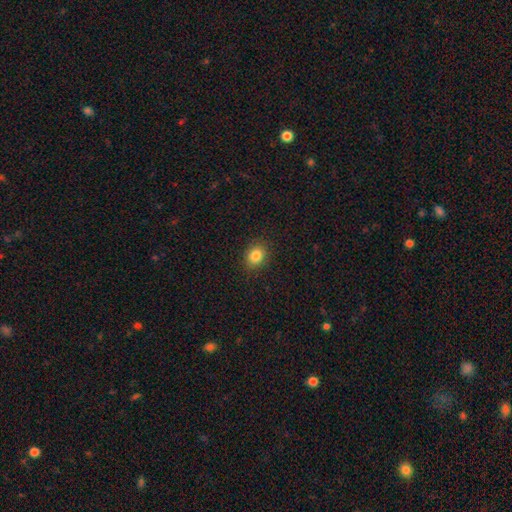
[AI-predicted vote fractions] Morphology: type=smooth (84%); roundness=round (55%); merging=none (88%).